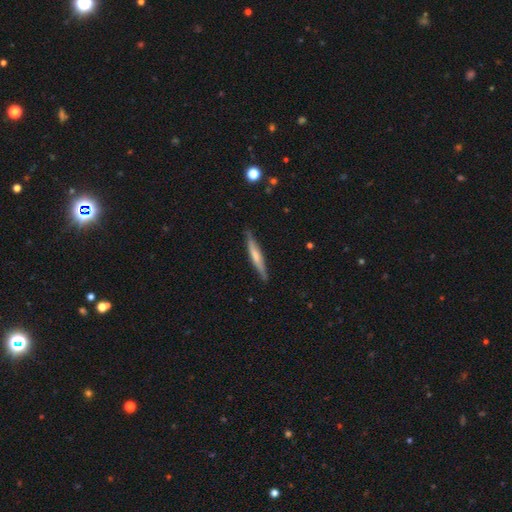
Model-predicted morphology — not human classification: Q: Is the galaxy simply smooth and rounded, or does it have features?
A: smooth — 50%.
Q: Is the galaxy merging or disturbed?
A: none — 85%.